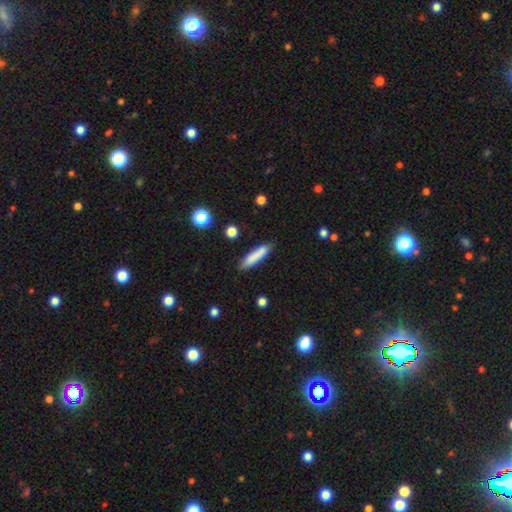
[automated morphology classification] This appears to be a smooth galaxy with no disk features (82%) that is cigar-shaped (83%). Merging: none (82%).